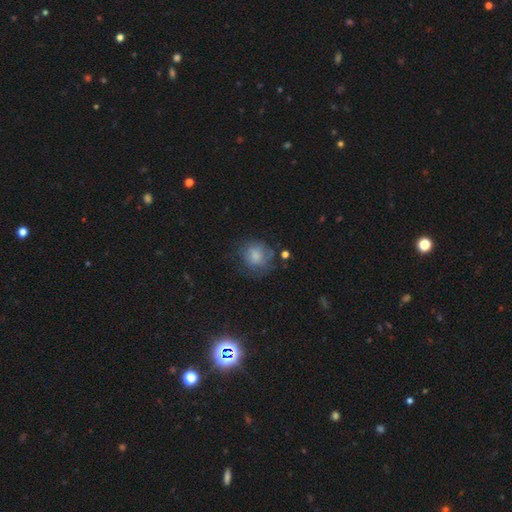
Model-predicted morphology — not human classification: This appears to be a smooth galaxy with no disk features (73%) that is round (73%). Merging: none (55%).